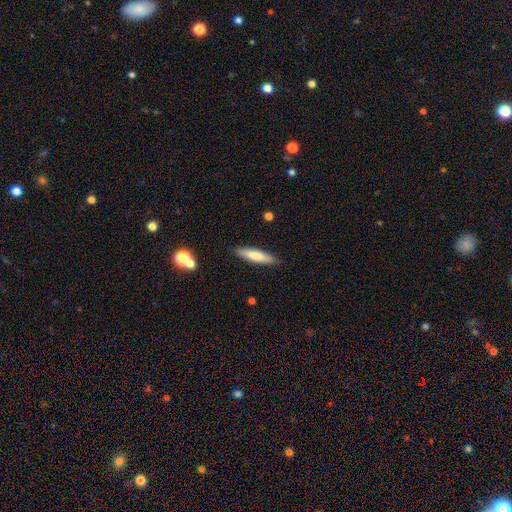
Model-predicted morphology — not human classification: This appears to be a smooth galaxy with no disk features (73%) that is cigar-shaped (82%). Merging: none (88%).